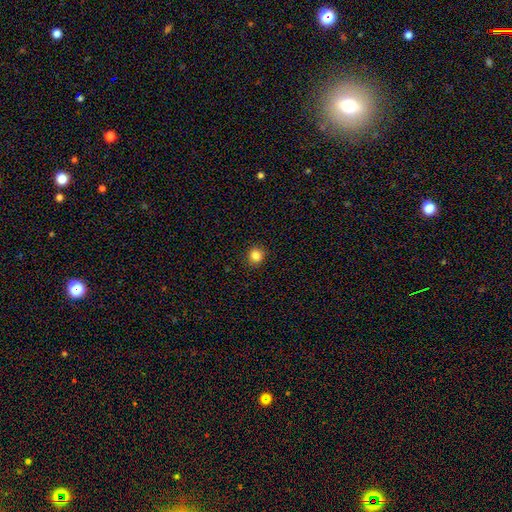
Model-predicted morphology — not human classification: This appears to be a smooth galaxy with no disk features (85%) that is round (89%). Merging: none (91%).